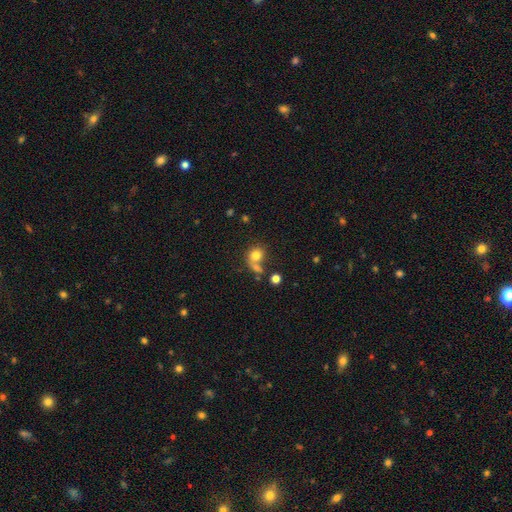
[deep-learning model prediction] Q: Smooth or featured?
A: smooth (75%); runner-up: featured or disk (13%)
Q: How rounded?
A: round (72%); runner-up: in between (27%)
Q: Merging?
A: none (39%); runner-up: merger (35%)